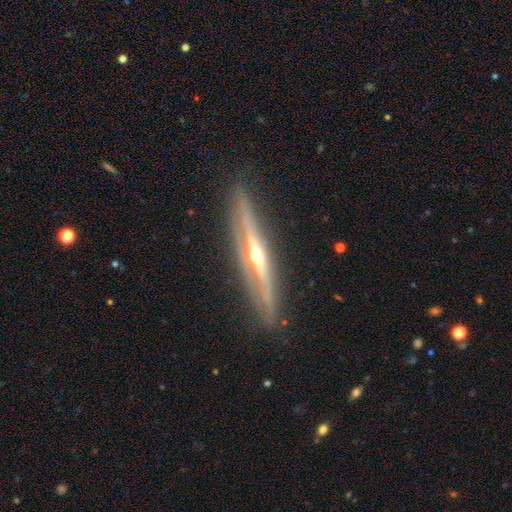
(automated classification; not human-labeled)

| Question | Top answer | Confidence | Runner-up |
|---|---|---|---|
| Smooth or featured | featured or disk | 83% | smooth (11%) |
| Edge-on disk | yes | 95% | no (5%) |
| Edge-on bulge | rounded | 88% | none (9%) |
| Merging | none | 87% | minor disturbance (10%) |